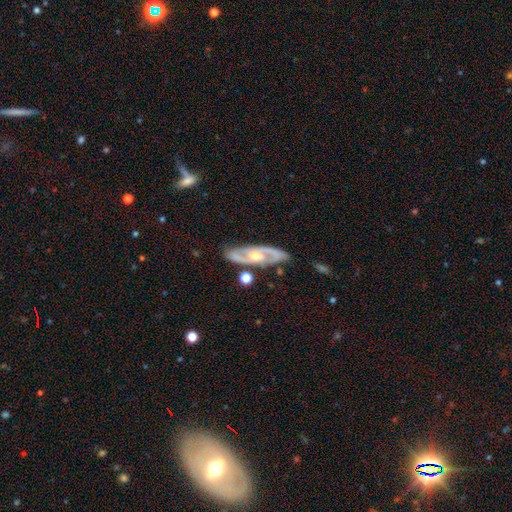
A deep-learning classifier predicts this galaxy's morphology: Q: Smooth or featured?
A: featured or disk (83%); runner-up: smooth (11%)
Q: Edge-on disk?
A: no (84%); runner-up: yes (16%)
Q: Bar?
A: no (56%); runner-up: weak (30%)
Q: Spiral arms?
A: yes (87%); runner-up: no (13%)
Q: Spiral winding?
A: medium (44%); runner-up: tight (40%)
Q: Spiral arm count?
A: 2 (82%); runner-up: can't tell (11%)
Q: Bulge size?
A: moderate (61%); runner-up: small (34%)
Q: Merging?
A: none (82%); runner-up: minor disturbance (12%)